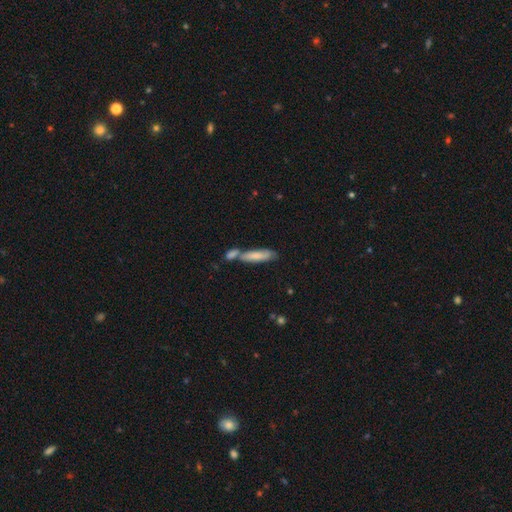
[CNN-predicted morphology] Overall: smooth (71%). How rounded: cigar-shaped (69%; in between 29%). Merging: merger (43%; none 40%).